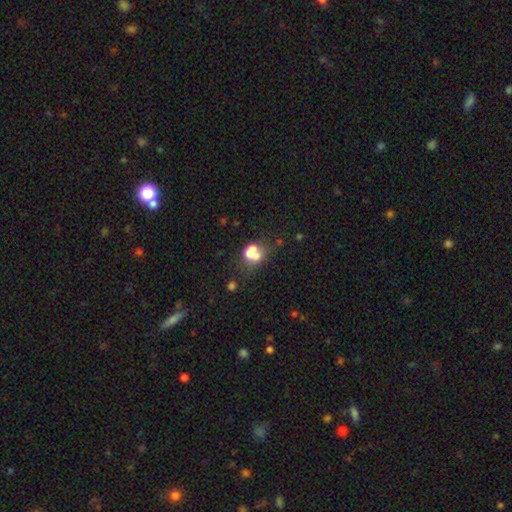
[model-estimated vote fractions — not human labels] This appears to be a smooth galaxy with no disk features (59%) that is round (56%). Merging: merger (55%).